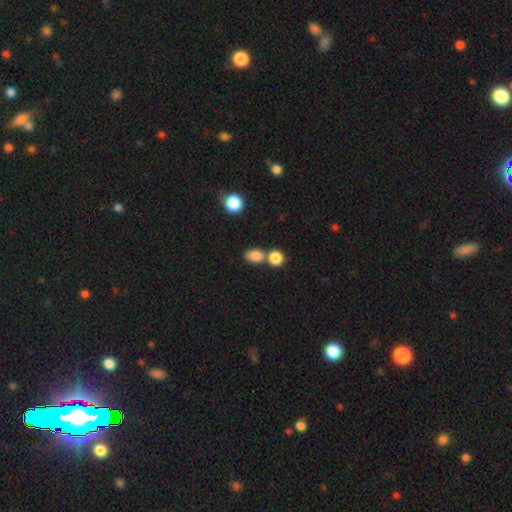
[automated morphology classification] type=smooth (83%); roundness=in between (66%); merging=none (55%).